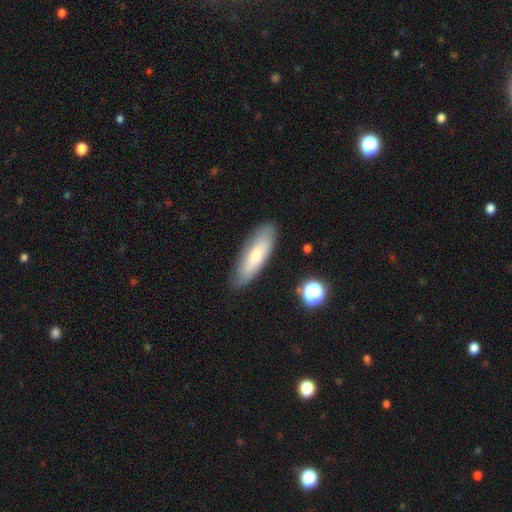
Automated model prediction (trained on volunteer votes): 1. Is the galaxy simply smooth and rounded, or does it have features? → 61% smooth, 32% featured or disk, 8% star or artifact.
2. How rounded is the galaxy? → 49% in between, 48% cigar-shaped, 2% round.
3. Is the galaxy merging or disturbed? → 82% none, 14% minor disturbance, 3% major disturbance, 2% merger.